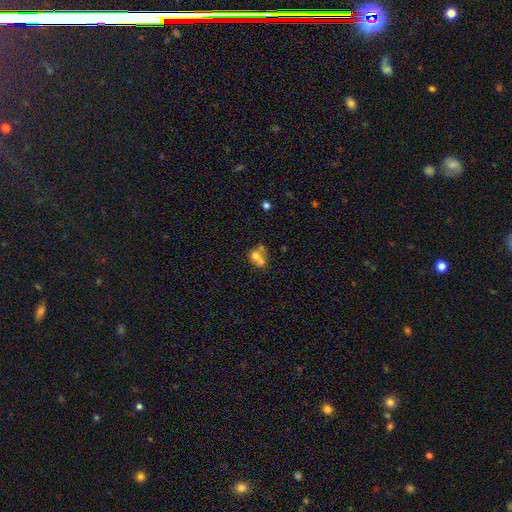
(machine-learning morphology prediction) type=smooth (60%); roundness=round (61%); merging=merger (64%).